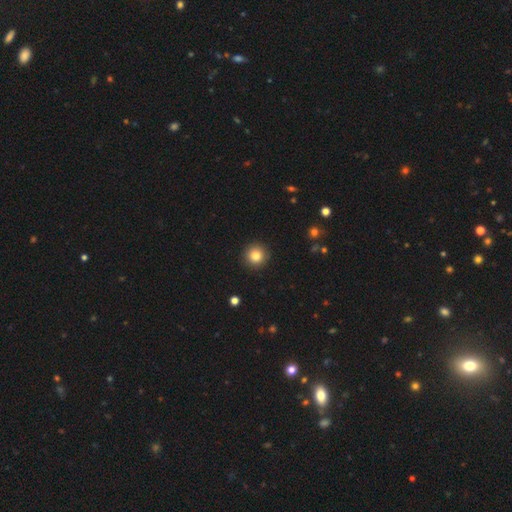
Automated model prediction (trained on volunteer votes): Smooth or featured: smooth — 82% (star or artifact — 11%)
How rounded: round — 95% (in between — 4%)
Merging: none — 92% (minor disturbance — 5%)